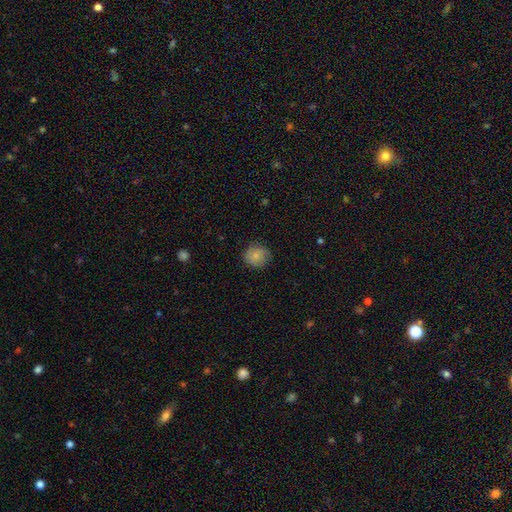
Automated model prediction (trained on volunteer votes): smooth_or_featured: smooth (p=0.80) [alt: featured or disk p=0.12]
how_rounded: round (p=0.88) [alt: in between p=0.11]
merging: none (p=0.81) [alt: minor disturbance p=0.15]